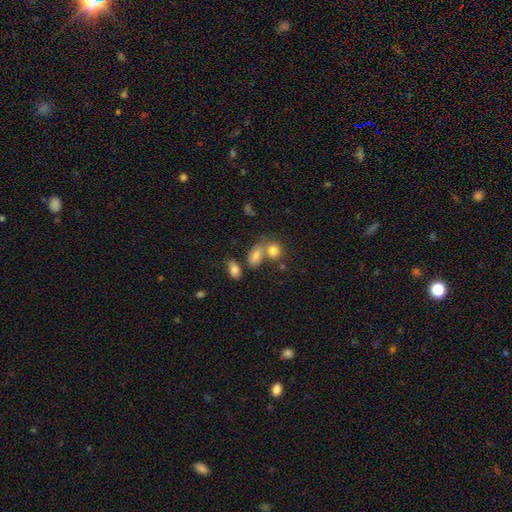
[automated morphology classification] This appears to be a smooth galaxy with no disk features (74%) that is in between round and cigar-shaped (75%). Merging: none (40%, tied with merger).